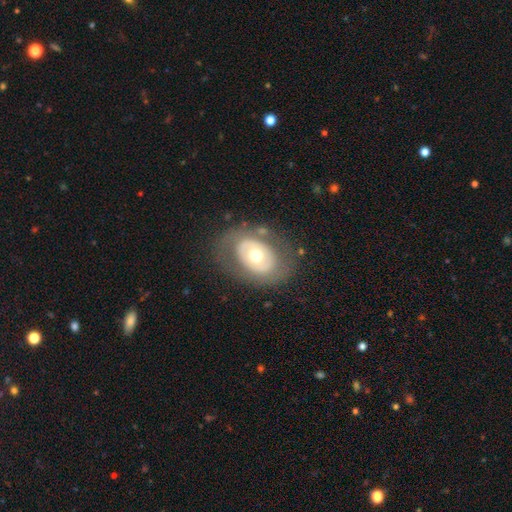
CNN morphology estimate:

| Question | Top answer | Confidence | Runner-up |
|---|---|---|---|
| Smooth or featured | featured or disk | 55% | smooth (38%) |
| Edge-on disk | no | 93% | yes (7%) |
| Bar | no | 85% | weak (10%) |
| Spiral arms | no | 85% | yes (15%) |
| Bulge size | moderate | 73% | large (14%) |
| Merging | none | 75% | minor disturbance (14%) |